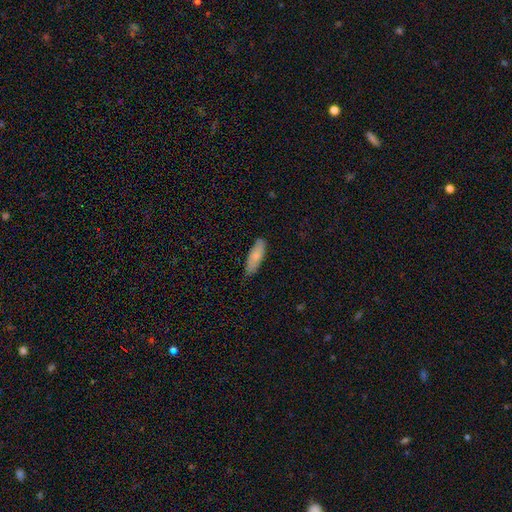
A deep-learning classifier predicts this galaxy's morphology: smooth_or_featured: smooth (p=0.77) [alt: featured or disk p=0.17]
how_rounded: in between (p=0.55) [alt: cigar-shaped p=0.44]
merging: none (p=0.81) [alt: minor disturbance p=0.16]